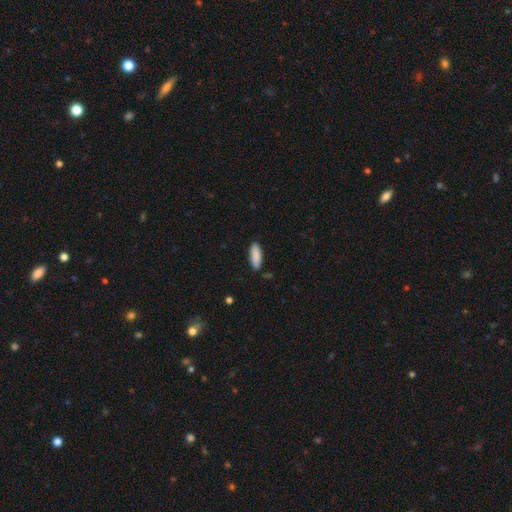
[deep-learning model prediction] This is clearly a smooth galaxy (89%). How rounded: likely in between (62%). Merging: clearly none (85%).